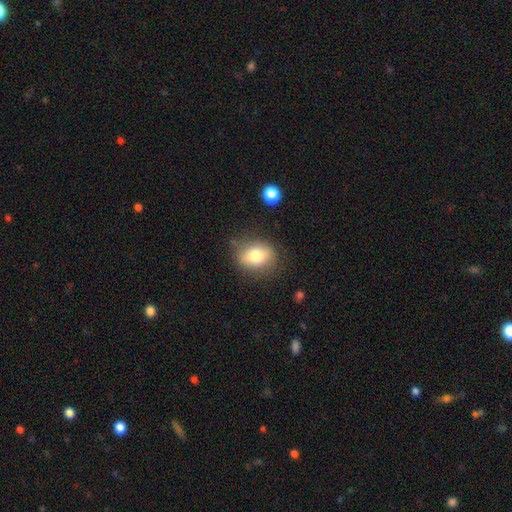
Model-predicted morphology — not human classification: A smooth galaxy with no disk features (77%) that is in between round and cigar-shaped (54%). Merging: none (75%).